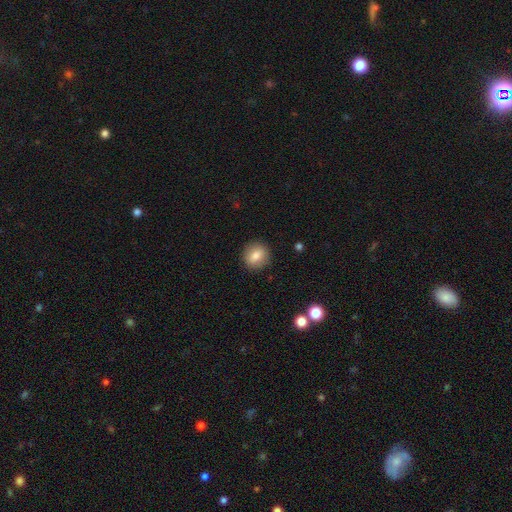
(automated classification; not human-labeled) Smooth or featured: smooth — 79% (featured or disk — 12%)
How rounded: round — 81% (in between — 18%)
Merging: none — 89% (minor disturbance — 7%)